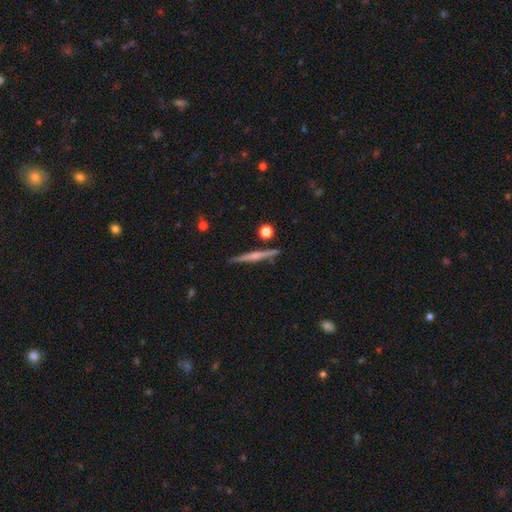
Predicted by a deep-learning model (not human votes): Morphology: type=featured or disk (70%); edge-on=yes (98%); edge-on bulge=rounded (69%); merging=none (89%).